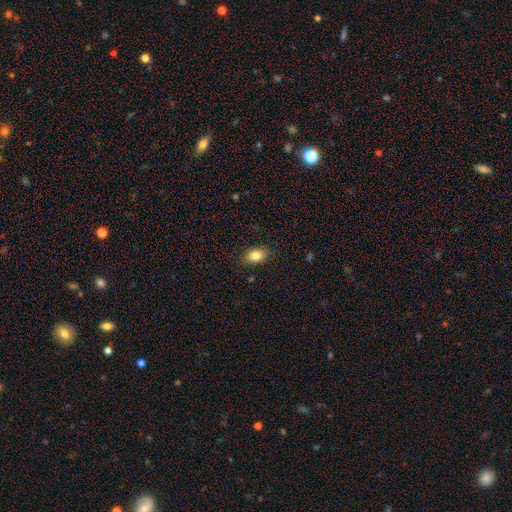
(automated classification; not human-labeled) smooth 83%, star or artifact 9%, featured or disk 8%. Down the decision tree: how rounded — in between (84%); merging — none (85%).